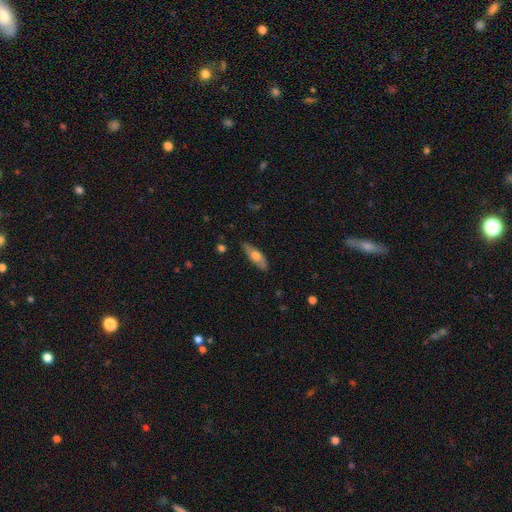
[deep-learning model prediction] Smooth or featured? smooth (56%)
How rounded? in between (64%)
Merging? none (82%)